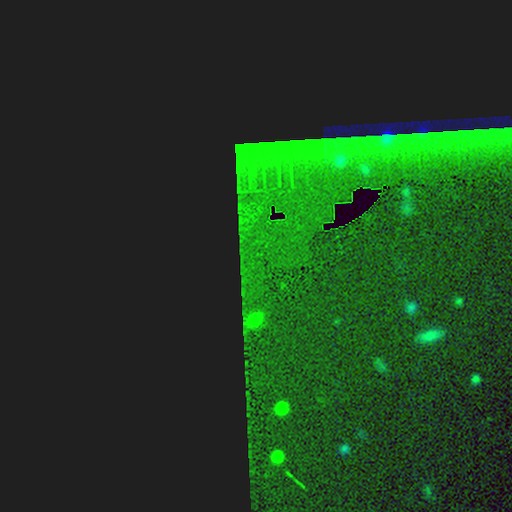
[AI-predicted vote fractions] The model was most divided on "smooth or featured": star or artifact: 86%, featured or disk: 7%, smooth: 7%.